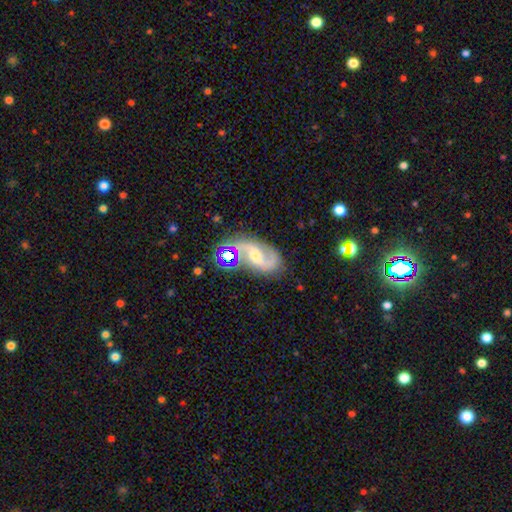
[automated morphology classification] Smooth or featured? Predicted: featured or disk (p=0.84). Edge-on disk? Predicted: no (p=0.96). Bar? Predicted: weak (p=0.43). Spiral arms? Predicted: yes (p=0.96). Spiral winding? Predicted: loose (p=0.49). Spiral arm count? Predicted: 2 (p=0.90). Bulge size? Predicted: moderate (p=0.54). Merging? Predicted: none (p=0.71).